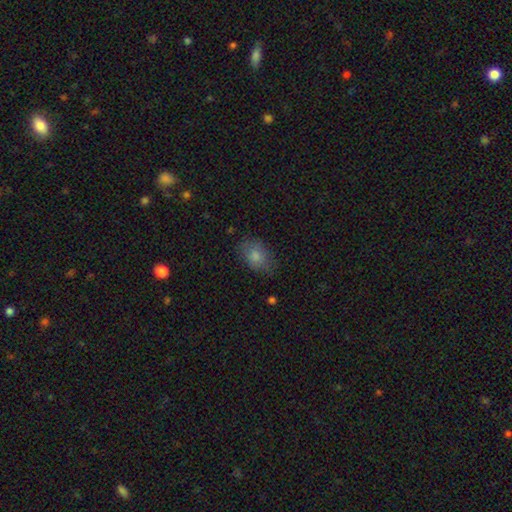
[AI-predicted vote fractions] Overall: smooth (81%). How rounded: in between (76%). Merging: none (68%).